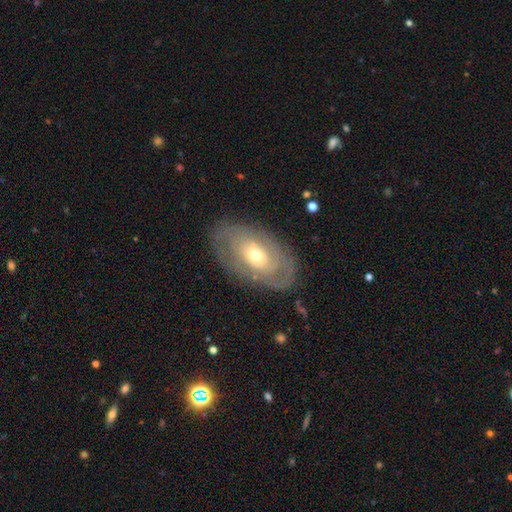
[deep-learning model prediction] The model was most divided on "bulge size": moderate: 51%, small: 43%, large: 4%, dominant: 1%, none: 1%. More confident: edge-on disk — no (91%); merging — none (79%); bar — no (79%); smooth or featured — featured or disk (65%); spiral arms — yes (54%).